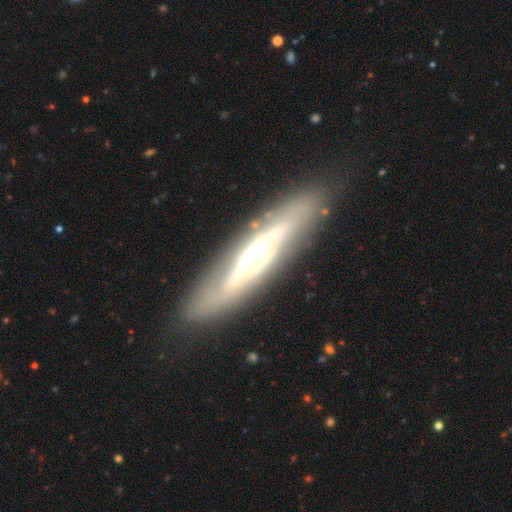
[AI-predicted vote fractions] A featured or disk galaxy (71%) viewed edge-on (57%). Merging: none (81%).